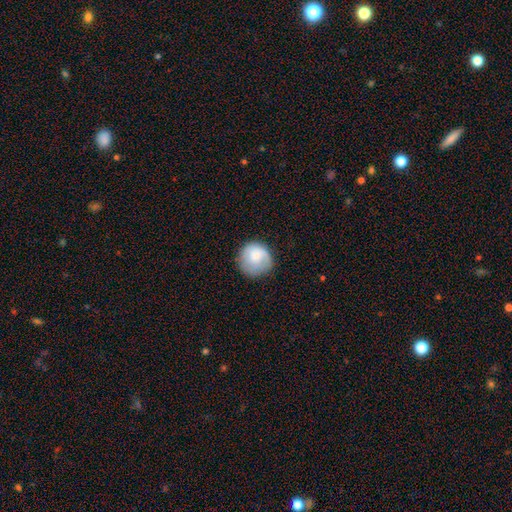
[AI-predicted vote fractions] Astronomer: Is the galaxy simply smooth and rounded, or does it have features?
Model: smooth — 78%.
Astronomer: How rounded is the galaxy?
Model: round — 89%.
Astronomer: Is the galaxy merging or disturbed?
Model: none — 69%.